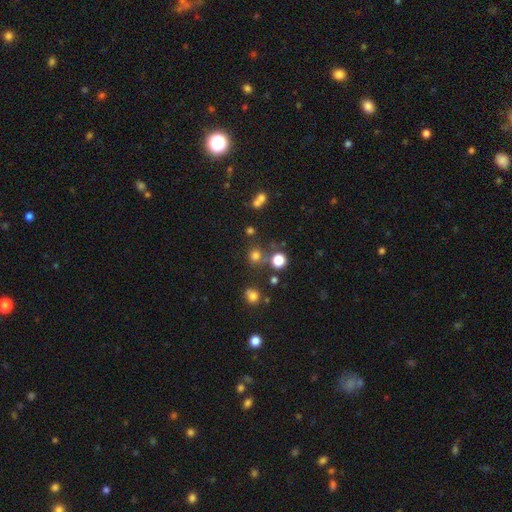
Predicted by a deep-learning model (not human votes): Q: Smooth or featured?
A: smooth (72%); runner-up: star or artifact (21%)
Q: How rounded?
A: round (87%); runner-up: in between (12%)
Q: Merging?
A: none (72%); runner-up: merger (15%)